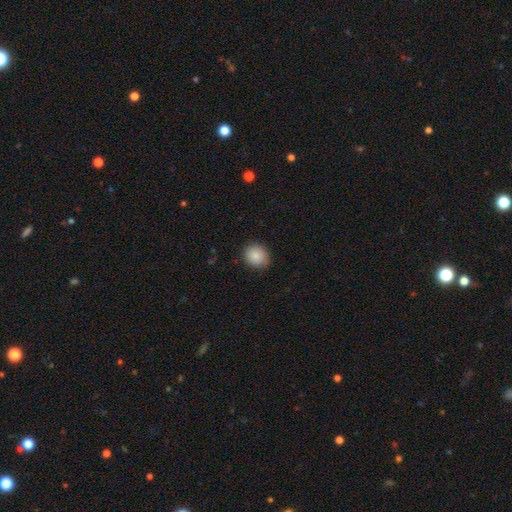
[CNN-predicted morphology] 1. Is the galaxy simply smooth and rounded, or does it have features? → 88% smooth, 8% star or artifact, 4% featured or disk.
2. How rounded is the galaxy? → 75% round, 24% in between, 1% cigar-shaped.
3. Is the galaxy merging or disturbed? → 86% none, 11% minor disturbance, 2% major disturbance, 1% merger.